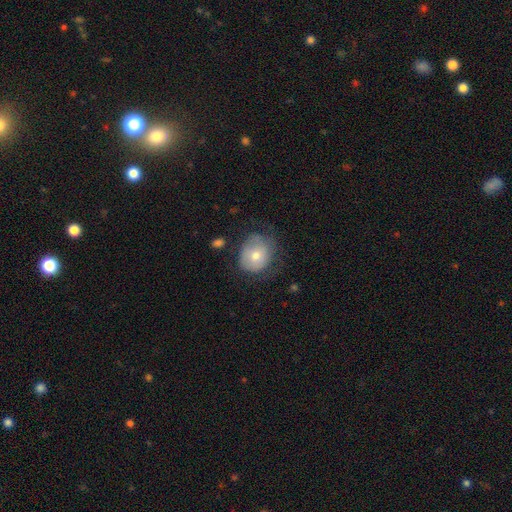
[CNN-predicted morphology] smooth 67%, featured or disk 24%, star or artifact 8%. Down the decision tree: how rounded — round (67%); merging — none (51%).